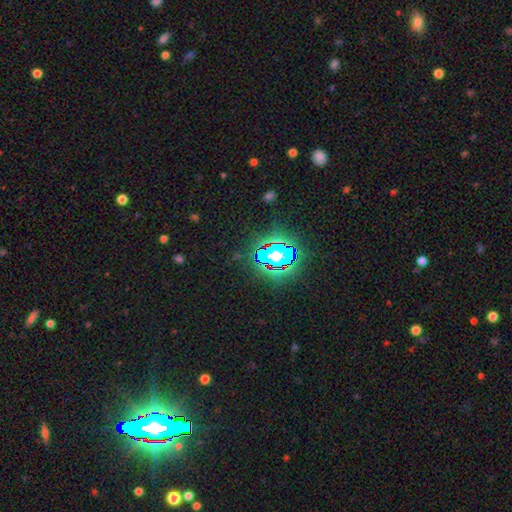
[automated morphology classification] Overall: star or artifact (78%).